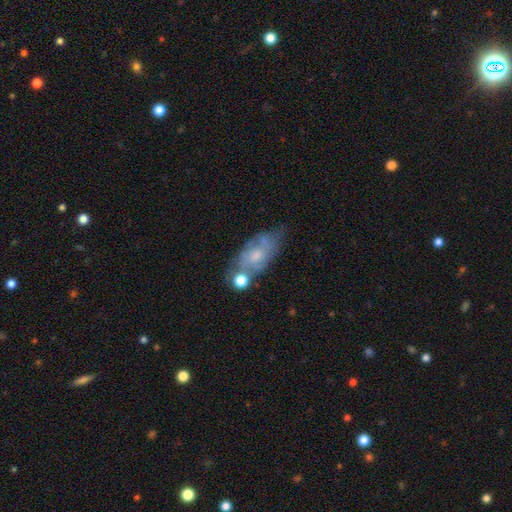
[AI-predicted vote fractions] featured or disk 55%, smooth 36%, star or artifact 9%. Down the decision tree: edge-on disk — no (90%); merging — none (48%).